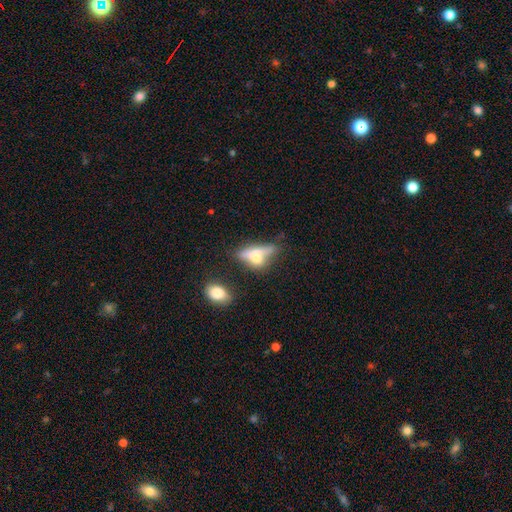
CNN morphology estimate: The model was most divided on "smooth or featured": smooth: 46%, featured or disk: 44%, star or artifact: 11%. Remaining: merging — none (36%).